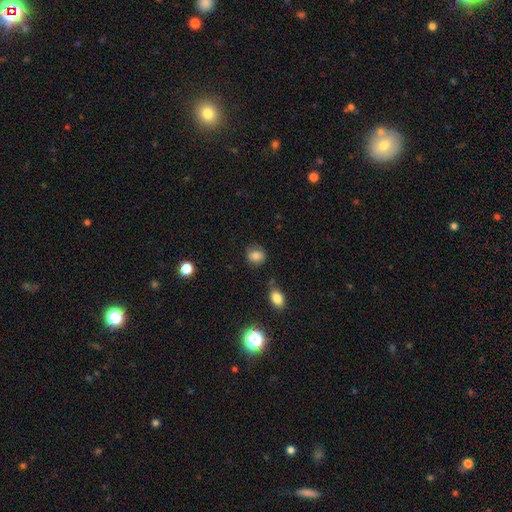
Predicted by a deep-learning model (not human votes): Smooth or featured? smooth (80%)
How rounded? round (72%)
Merging? none (76%)